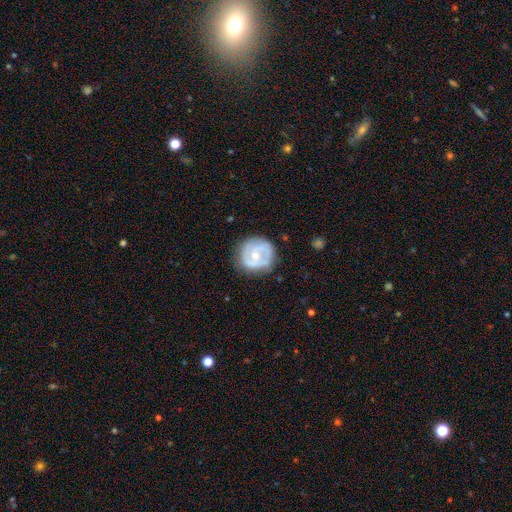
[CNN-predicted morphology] Smooth or featured?
  - featured or disk: 65% *
  - smooth: 29%
  - star or artifact: 5%
Edge-on disk?
  - no: 98% *
  - yes: 2%
Bar?
  - no: 58% *
  - weak: 34%
  - strong: 9%
Spiral arms?
  - yes: 72% *
  - no: 28%
Bulge size?
  - moderate: 50% *
  - small: 44%
  - none: 2%
  - large: 2%
  - dominant: 1%
Merging?
  - none: 73% *
  - minor disturbance: 19%
  - major disturbance: 7%
  - merger: 2%